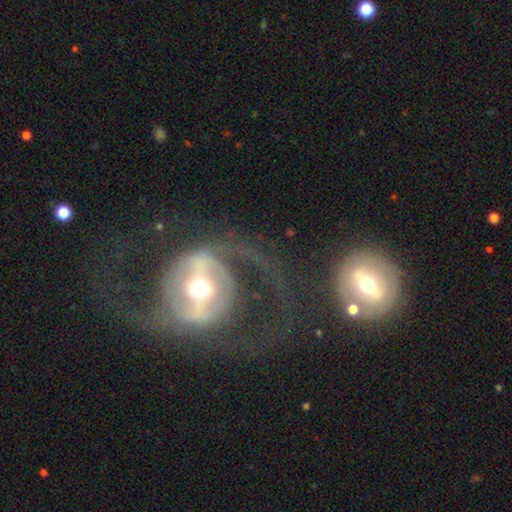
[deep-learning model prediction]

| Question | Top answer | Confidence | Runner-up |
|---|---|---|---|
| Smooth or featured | featured or disk | 82% | smooth (12%) |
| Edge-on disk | no | 95% | yes (5%) |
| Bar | strong | 50% | weak (28%) |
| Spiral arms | yes | 76% | no (24%) |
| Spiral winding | medium | 43% | loose (42%) |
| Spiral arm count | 2 | 87% | can't tell (5%) |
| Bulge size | moderate | 68% | large (16%) |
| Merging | none | 51% | major disturbance (28%) |